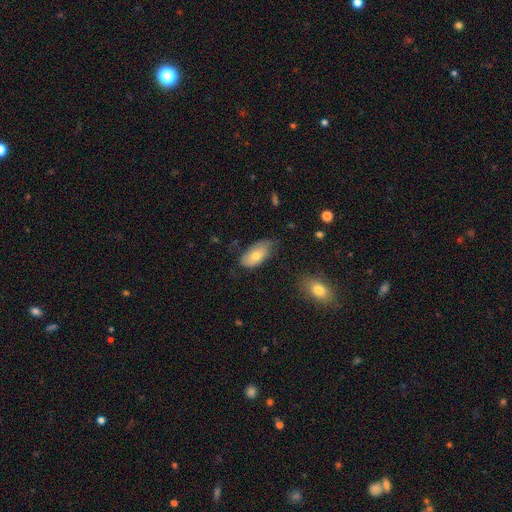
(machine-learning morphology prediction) Smooth or featured? smooth (70%)
How rounded? in between (93%)
Merging? none (56%)